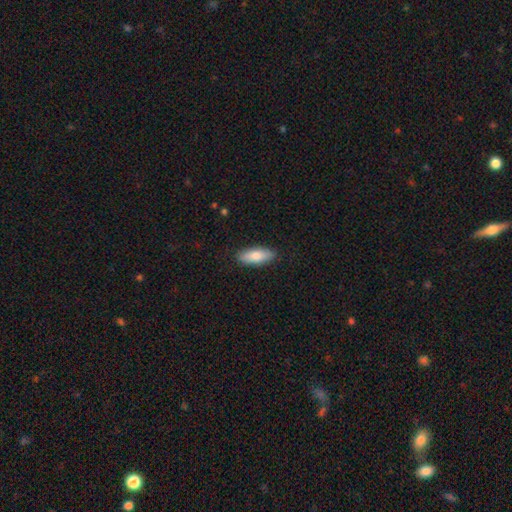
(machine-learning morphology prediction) Smooth or featured? smooth (80%)
How rounded? in between (69%)
Merging? none (88%)